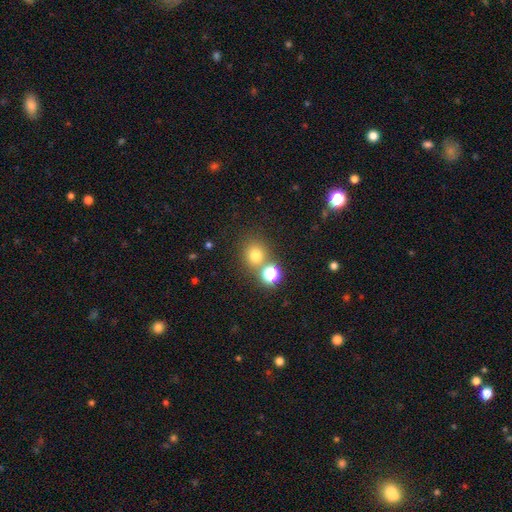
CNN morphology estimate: A smooth galaxy with no disk features (72%) that is round (85%).

Vote fractions:
- Smooth or featured? smooth: 72% / star or artifact: 20% / featured or disk: 8%
- How rounded? round: 85% / in between: 14% / cigar-shaped: 1%
- Merging? none: 67% / merger: 20% / minor disturbance: 9% / major disturbance: 4%